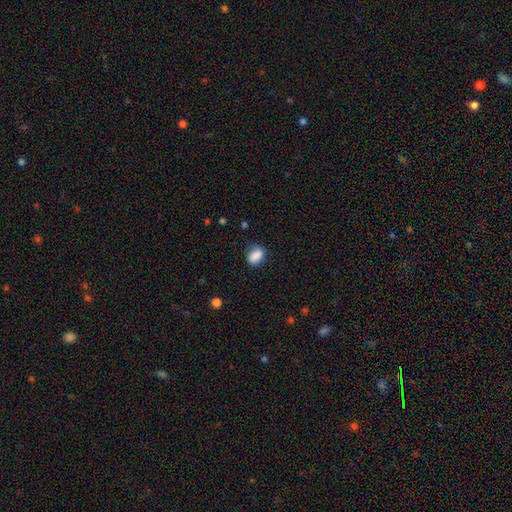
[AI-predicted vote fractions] smooth 86%, star or artifact 8%, featured or disk 6%. Down the decision tree: how rounded — in between (74%); merging — none (75%).